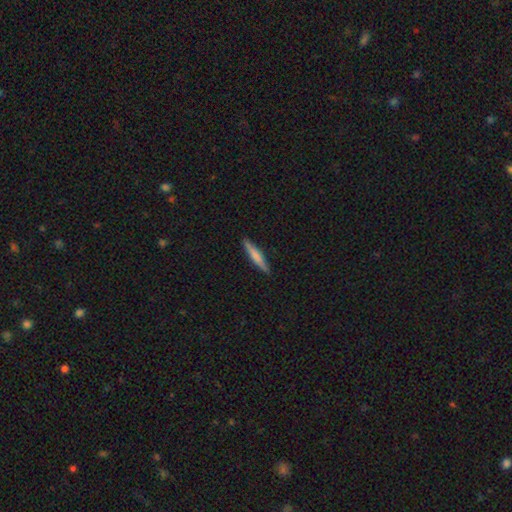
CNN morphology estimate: This appears to be a smooth galaxy with no disk features (61%) that is cigar-shaped (92%). Merging: none (90%).